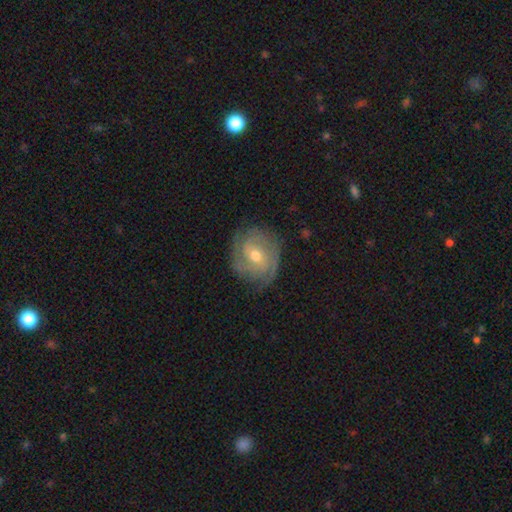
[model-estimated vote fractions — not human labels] Overall: featured or disk (78%). Edge-on disk: no (97%). Bar: no (53%; weak 38%). Spiral arms: yes (91%). Spiral arm count: 2 (33%; can't tell 28%). Spiral winding: tight (63%; medium 29%). Bulge size: moderate (66%; small 30%). Merging: none (74%).